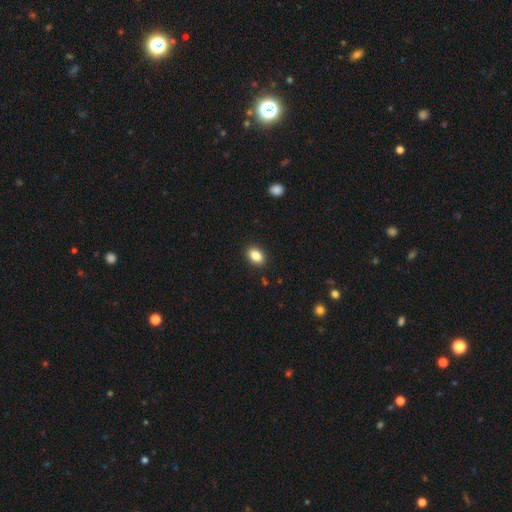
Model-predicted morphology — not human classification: This is clearly a smooth galaxy (85%). How rounded: clearly in between (84%). Merging: clearly none (89%).